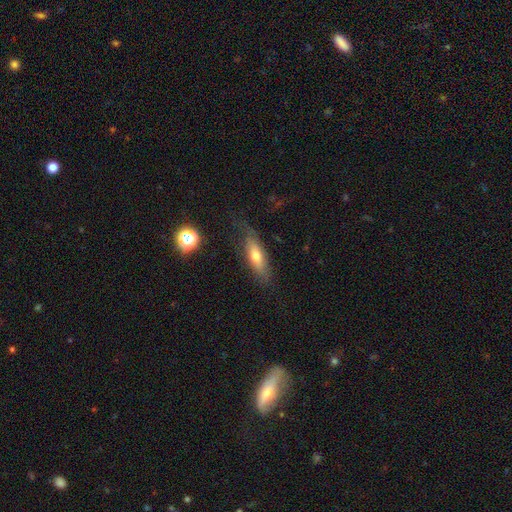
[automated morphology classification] Q: Smooth or featured?
A: smooth (58%); runner-up: featured or disk (34%)
Q: How rounded?
A: in between (51%); runner-up: cigar-shaped (46%)
Q: Merging?
A: none (63%); runner-up: minor disturbance (23%)